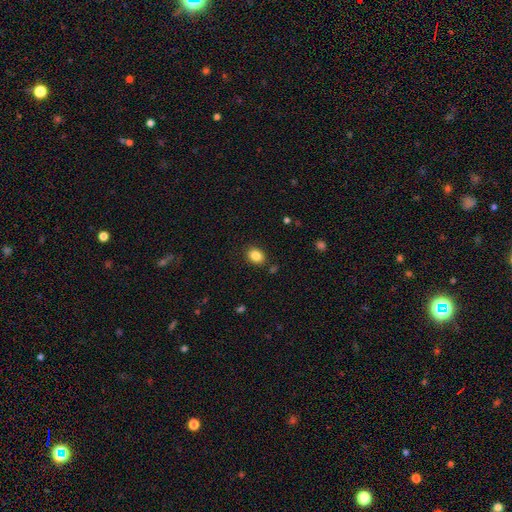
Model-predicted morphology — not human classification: A smooth galaxy with no disk features (85%) that is in between round and cigar-shaped (57%).

Vote fractions:
- Smooth or featured? smooth: 85% / star or artifact: 9% / featured or disk: 5%
- How rounded? in between: 57% / round: 42% / cigar-shaped: 1%
- Merging? none: 87% / minor disturbance: 9% / major disturbance: 2% / merger: 2%